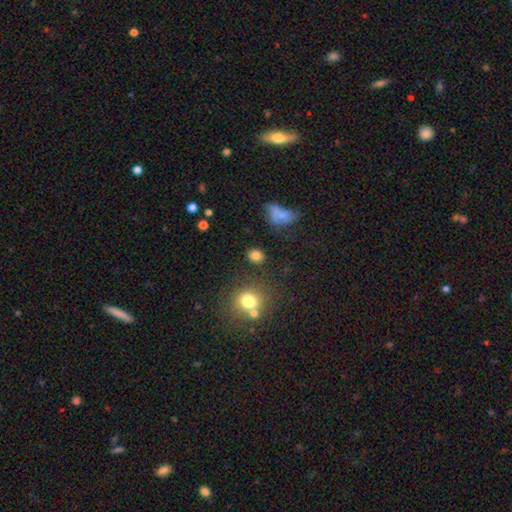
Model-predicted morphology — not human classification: Q: Smooth or featured?
A: smooth (80%); runner-up: star or artifact (13%)
Q: How rounded?
A: round (58%); runner-up: in between (40%)
Q: Merging?
A: none (78%); runner-up: minor disturbance (10%)